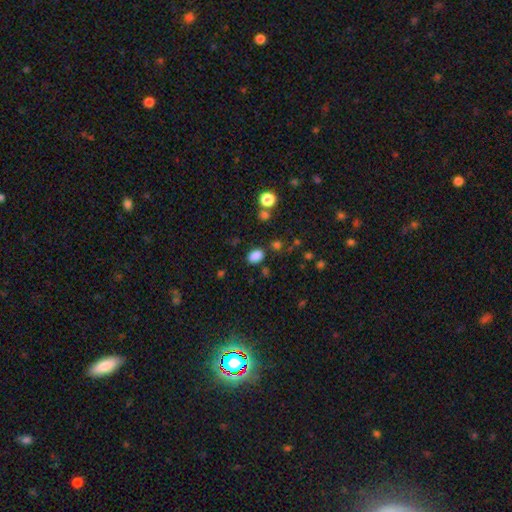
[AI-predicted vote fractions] A smooth galaxy with no disk features (84%) that is in between round and cigar-shaped (78%). Merging: none (82%).